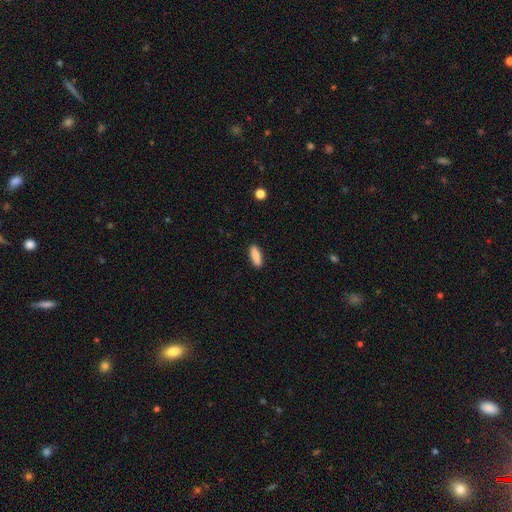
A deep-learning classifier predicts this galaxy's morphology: This appears to be a smooth galaxy with no disk features (87%) that is in between round and cigar-shaped (61%). Merging: none (89%).